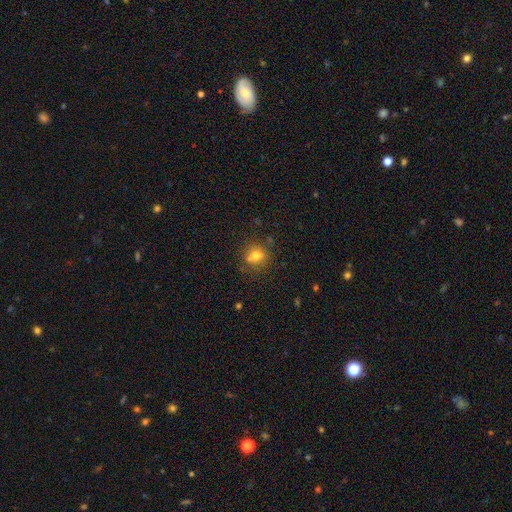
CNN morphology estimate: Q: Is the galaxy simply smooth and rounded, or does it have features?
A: smooth — 70%.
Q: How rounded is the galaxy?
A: round — 72%.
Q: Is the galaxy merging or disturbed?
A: none — 64%.